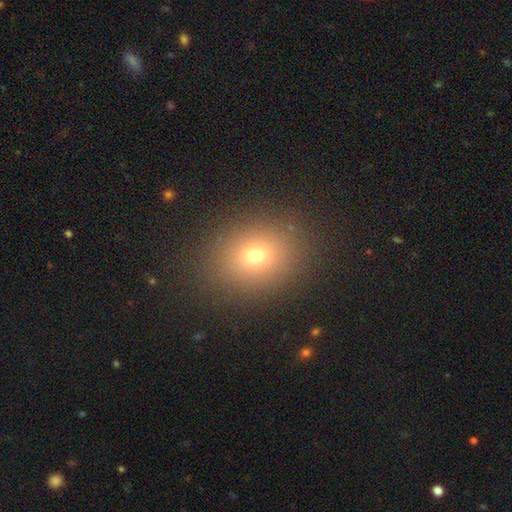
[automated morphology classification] Smooth or featured? smooth (70%)
How rounded? round (56%)
Merging? none (88%)